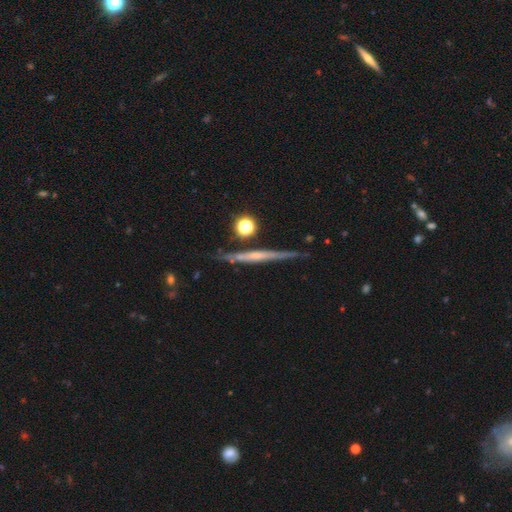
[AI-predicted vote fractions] This is likely a featured or disk galaxy (67%). It is clearly viewed edge-on (95%). Edge-on bulge: possibly none (58%). Merging: clearly none (80%).